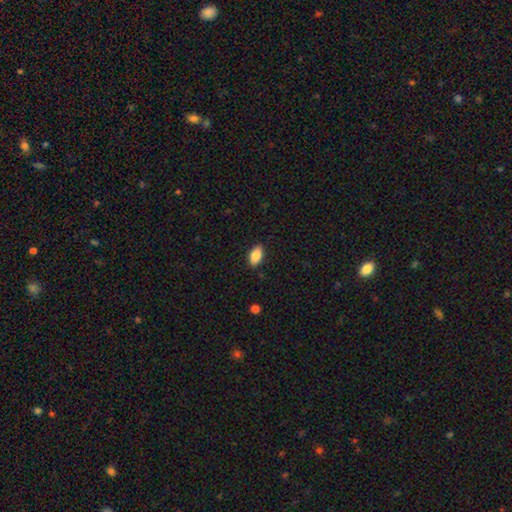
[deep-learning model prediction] A smooth galaxy with no disk features (85%) that is in between round and cigar-shaped (92%). Merging: none (87%).